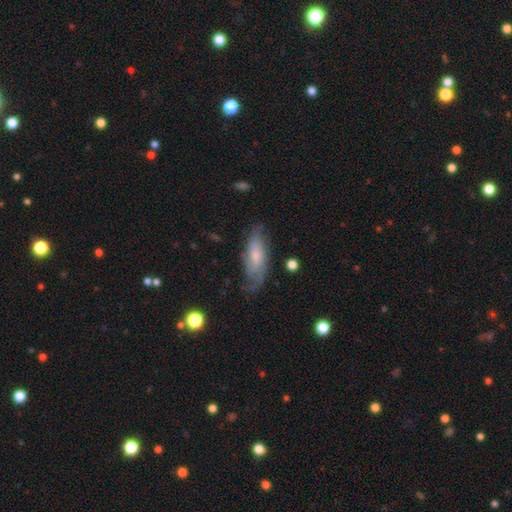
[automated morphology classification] This is possibly a featured or disk galaxy (54%). It is clearly not viewed edge-on (82%). Merging: possibly none (60%).